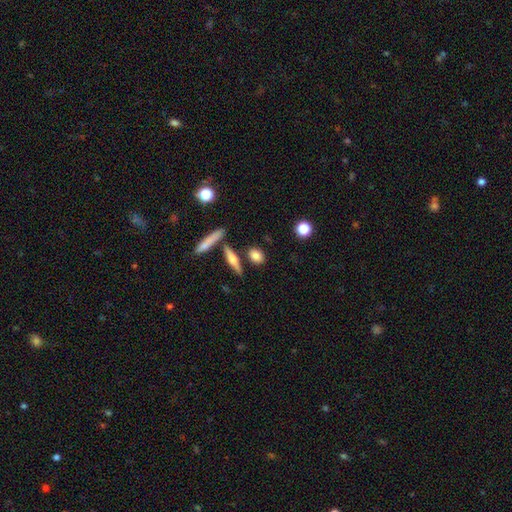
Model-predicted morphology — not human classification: smooth-or-featured: smooth: 79% | featured or disk: 14% | star or artifact: 8%
  how-rounded: in between: 55% | round: 30% | cigar-shaped: 15%
  merging: none: 78% | minor disturbance: 11% | merger: 8% | major disturbance: 3%